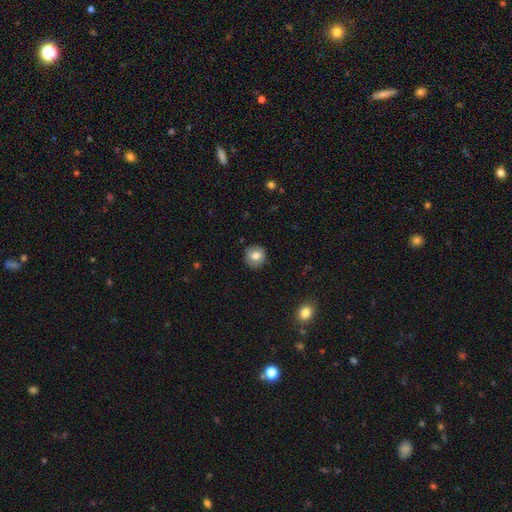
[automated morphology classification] smooth-or-featured: smooth: 74% | featured or disk: 17% | star or artifact: 9%
  how-rounded: round: 89% | in between: 10% | cigar-shaped: 1%
  merging: none: 86% | minor disturbance: 11% | major disturbance: 2% | merger: 1%